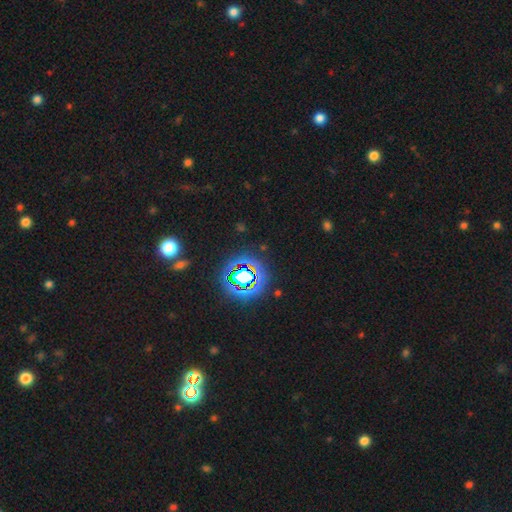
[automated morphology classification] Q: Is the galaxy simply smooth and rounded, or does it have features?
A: star or artifact — 77%.